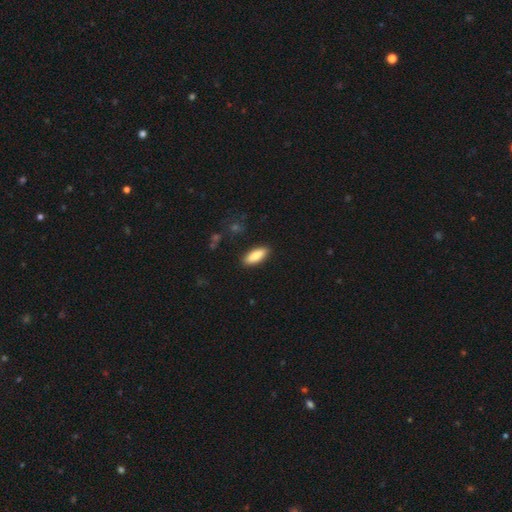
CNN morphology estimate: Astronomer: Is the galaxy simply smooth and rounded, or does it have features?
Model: smooth — 85%.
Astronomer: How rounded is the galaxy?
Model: in between — 75%.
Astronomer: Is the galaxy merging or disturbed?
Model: none — 89%.